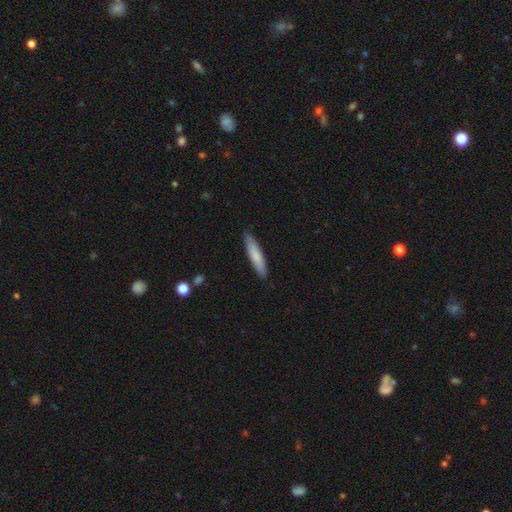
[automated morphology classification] Smooth or featured? Predicted: smooth (p=0.79). How rounded? Predicted: cigar-shaped (p=0.84). Merging? Predicted: none (p=0.89).